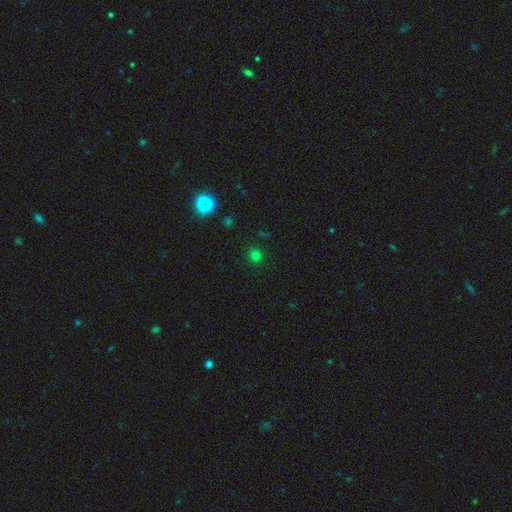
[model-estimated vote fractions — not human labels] A smooth galaxy with no disk features (73%) that is round (90%). Merging: none (89%).